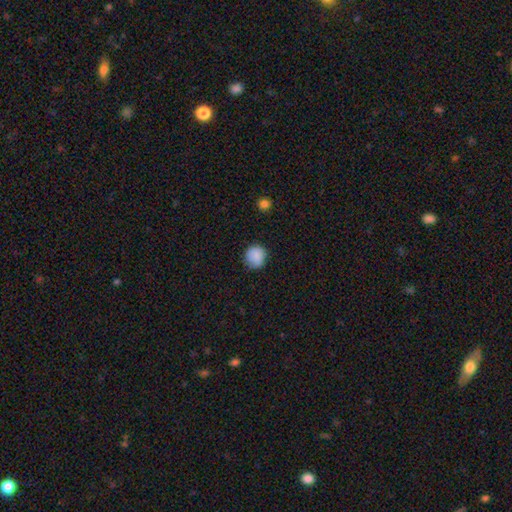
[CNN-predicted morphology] Q: Smooth or featured?
A: smooth (87%); runner-up: star or artifact (8%)
Q: How rounded?
A: round (88%); runner-up: in between (11%)
Q: Merging?
A: none (79%); runner-up: minor disturbance (17%)